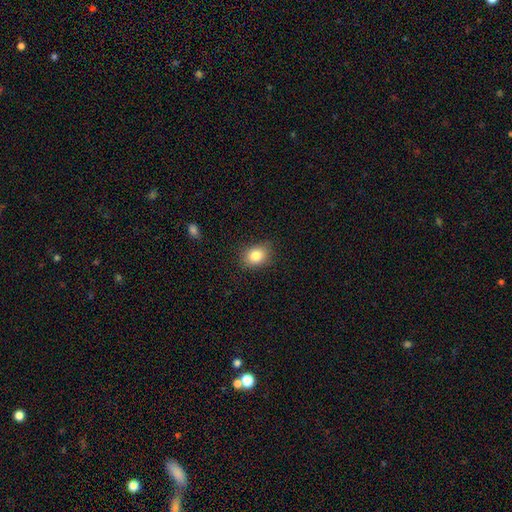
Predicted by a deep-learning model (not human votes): Q: Smooth or featured?
A: smooth (83%); runner-up: star or artifact (10%)
Q: How rounded?
A: round (51%); runner-up: in between (48%)
Q: Merging?
A: none (81%); runner-up: minor disturbance (15%)